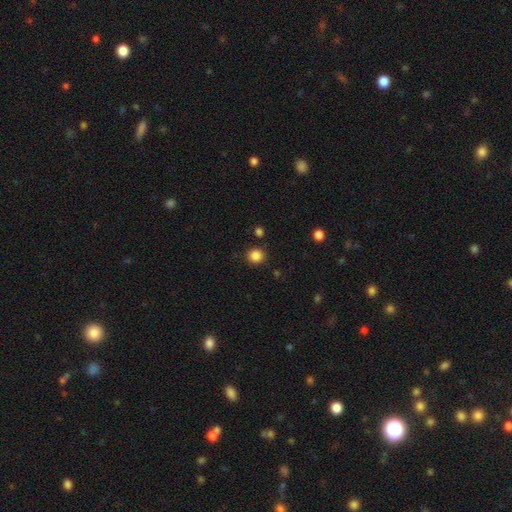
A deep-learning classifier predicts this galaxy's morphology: A smooth galaxy with no disk features (86%) that is round (88%). Merging: none (88%).